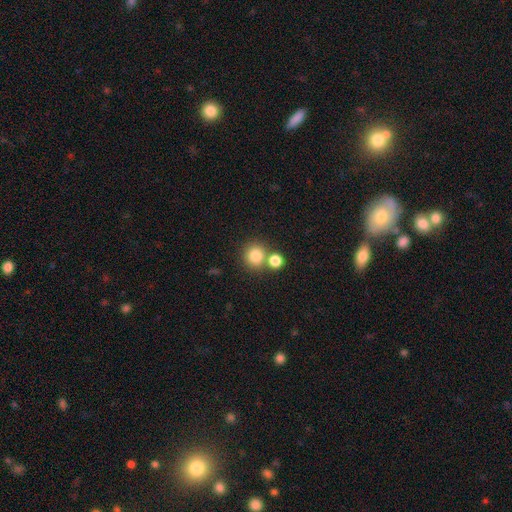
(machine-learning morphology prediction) Smooth or featured: smooth — 82% (star or artifact — 11%)
How rounded: round — 90% (in between — 9%)
Merging: none — 64% (merger — 25%)